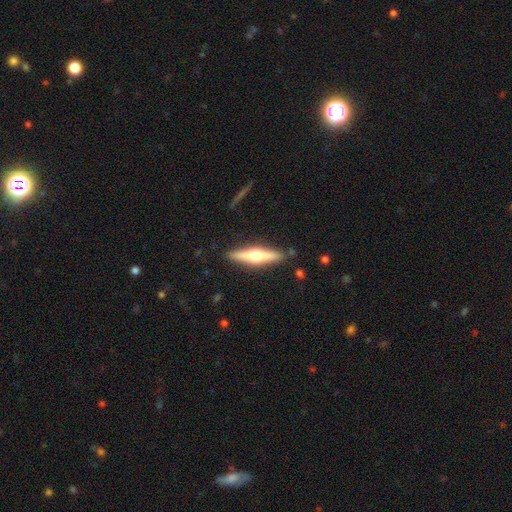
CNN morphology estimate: The model was most divided on "smooth or featured": featured or disk: 62%, smooth: 33%, star or artifact: 5%. More confident: edge-on disk — yes (96%); edge-on bulge — rounded (93%); merging — none (88%).